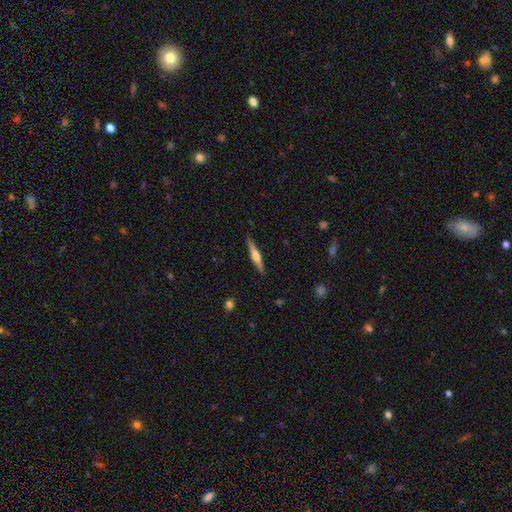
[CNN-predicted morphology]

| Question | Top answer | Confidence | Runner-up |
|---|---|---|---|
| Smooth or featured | featured or disk | 62% | smooth (32%) |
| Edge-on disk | yes | 98% | no (2%) |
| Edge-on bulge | rounded | 83% | boxy (11%) |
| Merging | none | 90% | minor disturbance (7%) |